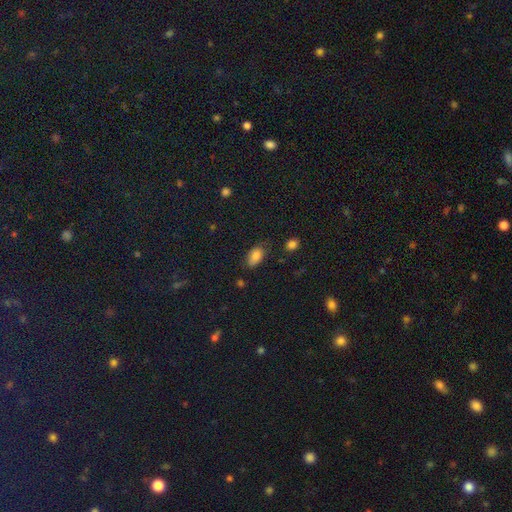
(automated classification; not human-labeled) Smooth or featured? Predicted: smooth (p=0.79). How rounded? Predicted: in between (p=0.90). Merging? Predicted: none (p=0.65).